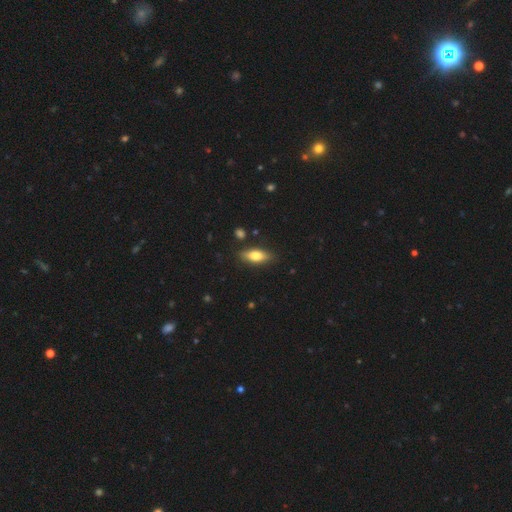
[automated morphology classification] Smooth or featured?
  - smooth: 70% *
  - featured or disk: 23%
  - star or artifact: 6%
How rounded?
  - in between: 70% *
  - cigar-shaped: 26%
  - round: 3%
Merging?
  - none: 85% *
  - minor disturbance: 11%
  - major disturbance: 2%
  - merger: 2%